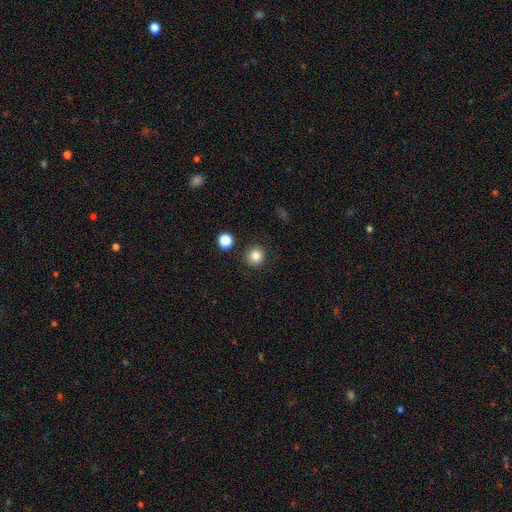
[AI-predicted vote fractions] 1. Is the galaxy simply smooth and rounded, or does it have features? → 84% smooth, 11% star or artifact, 5% featured or disk.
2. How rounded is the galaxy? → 92% round, 7% in between, 1% cigar-shaped.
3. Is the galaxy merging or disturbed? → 88% none, 7% minor disturbance, 3% merger, 2% major disturbance.